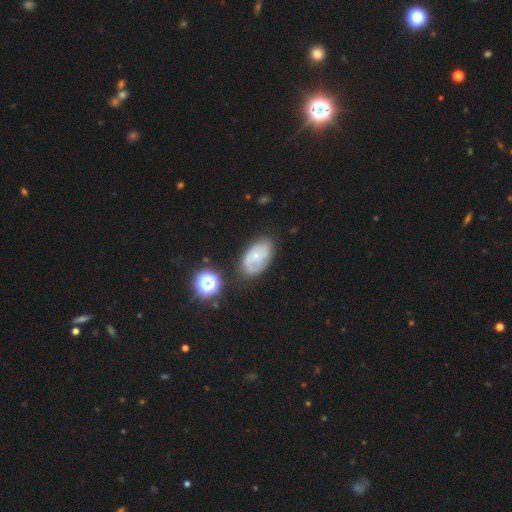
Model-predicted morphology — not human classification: A featured or disk galaxy (60%) with no bar (72%), spiral arms (82%) and a small central bulge (69%). Merging: none (66%).